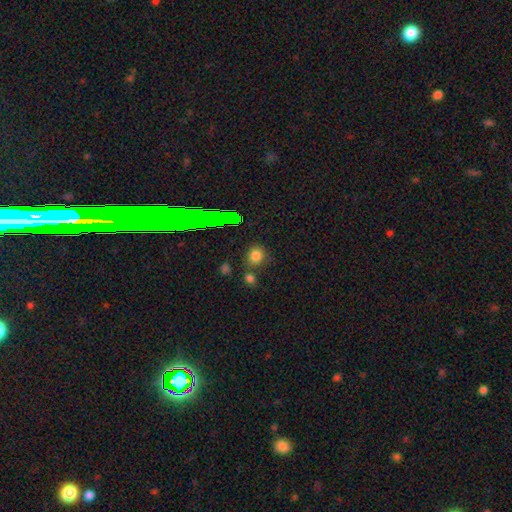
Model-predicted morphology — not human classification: The model was most divided on "smooth or featured": smooth: 76%, star or artifact: 18%, featured or disk: 7%. More confident: how rounded — round (80%); merging — none (74%).